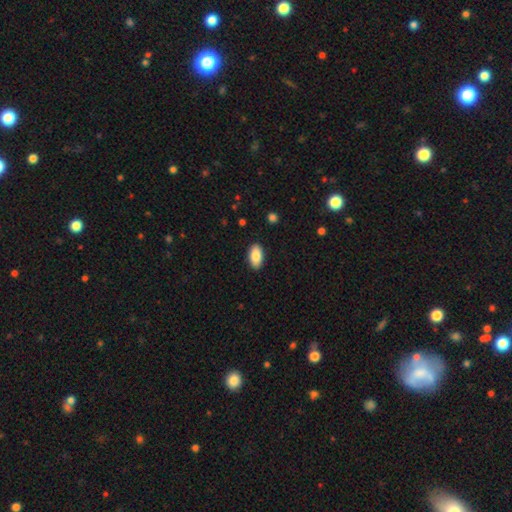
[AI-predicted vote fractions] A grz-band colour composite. It shows a smooth galaxy with no disk features (85%) that is in between round and cigar-shaped (94%). Merging: none (89%).